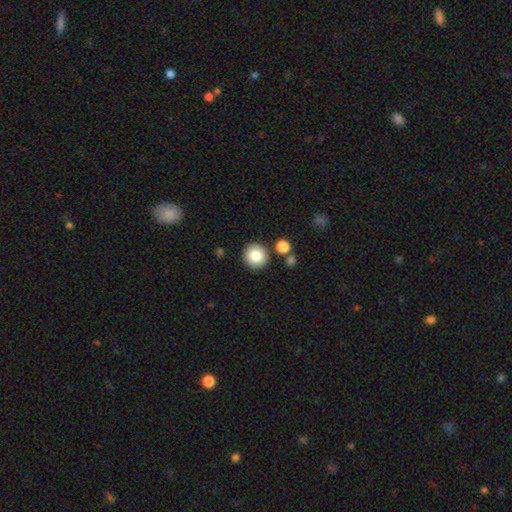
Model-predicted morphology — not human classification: Smooth or featured?
  - smooth: 84% *
  - star or artifact: 9%
  - featured or disk: 7%
How rounded?
  - round: 94% *
  - in between: 5%
  - cigar-shaped: 1%
Merging?
  - none: 87% *
  - minor disturbance: 7%
  - merger: 5%
  - major disturbance: 2%